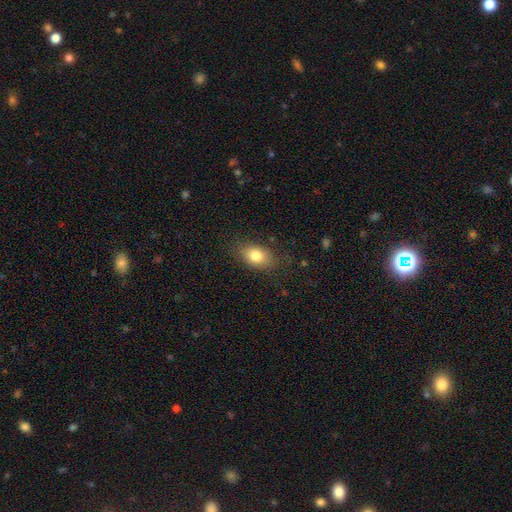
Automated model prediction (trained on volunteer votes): Q: Smooth or featured?
A: smooth (81%); runner-up: featured or disk (10%)
Q: How rounded?
A: in between (81%); runner-up: round (17%)
Q: Merging?
A: none (79%); runner-up: minor disturbance (15%)